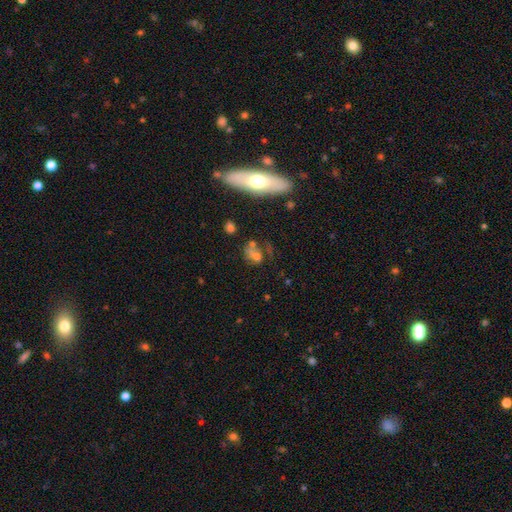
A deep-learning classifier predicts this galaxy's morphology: Smooth or featured: smooth — 52% (featured or disk — 25%)
How rounded: in between — 56% (round — 40%)
Merging: none — 40% (merger — 23%)